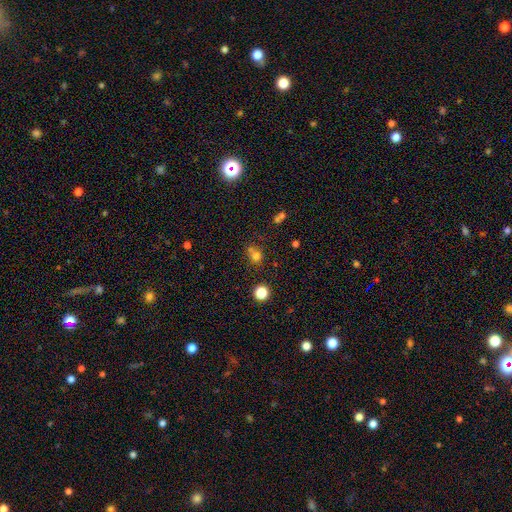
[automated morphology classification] Smooth or featured?
  - smooth: 73% *
  - star or artifact: 18%
  - featured or disk: 9%
How rounded?
  - round: 71% *
  - in between: 28%
  - cigar-shaped: 1%
Merging?
  - none: 51% *
  - merger: 26%
  - minor disturbance: 16%
  - major disturbance: 6%